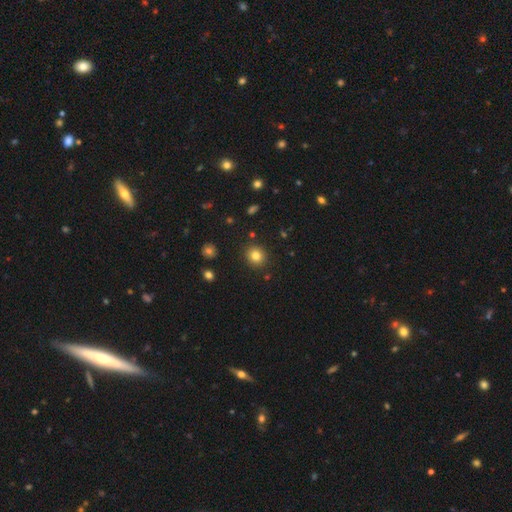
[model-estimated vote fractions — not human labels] Q: Smooth or featured?
A: smooth (81%); runner-up: star or artifact (12%)
Q: How rounded?
A: round (82%); runner-up: in between (17%)
Q: Merging?
A: none (89%); runner-up: minor disturbance (7%)